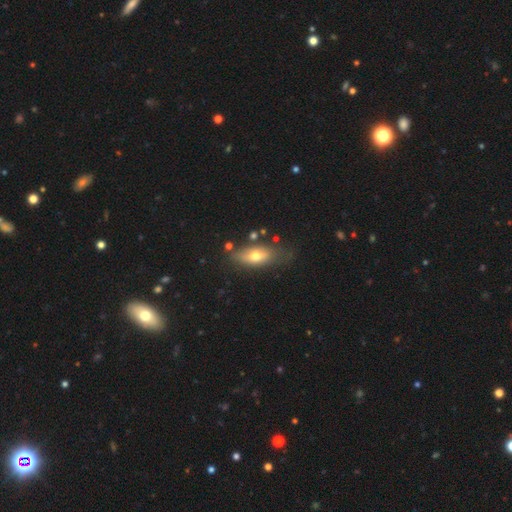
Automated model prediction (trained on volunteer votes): The model was most divided on "smooth or featured": smooth: 63%, featured or disk: 30%, star or artifact: 8%. More confident: how rounded — in between (81%); merging — none (64%).